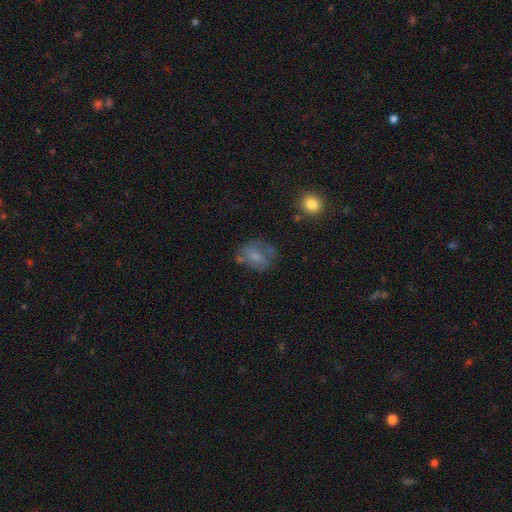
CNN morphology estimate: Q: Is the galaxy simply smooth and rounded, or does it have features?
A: smooth — 64%.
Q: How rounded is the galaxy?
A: in between — 51%.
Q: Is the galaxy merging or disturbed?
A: none — 52%.